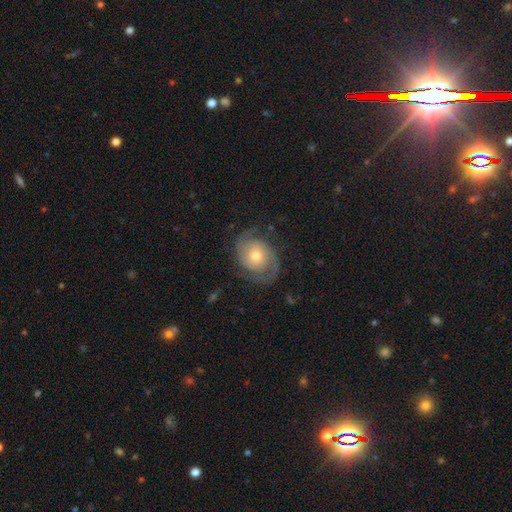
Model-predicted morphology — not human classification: This is clearly a featured or disk galaxy (84%). It is clearly not viewed edge-on (97%). Bar: likely no (75%). Spiral arm pattern: clearly yes (96%). Spiral arm count: clearly 2 (88%). Spiral winding: marginally tight (44%). Central bulge: possibly moderate (53%). Merging: likely none (76%).